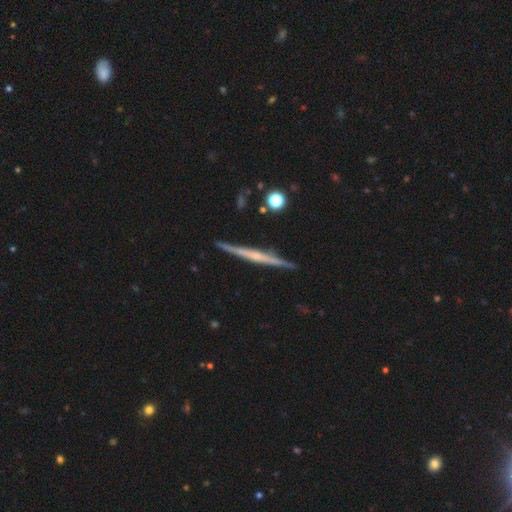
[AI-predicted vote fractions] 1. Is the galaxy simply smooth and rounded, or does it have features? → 72% featured or disk, 23% smooth, 5% star or artifact.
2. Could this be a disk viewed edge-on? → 98% yes, 2% no.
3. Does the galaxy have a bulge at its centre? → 52% none, 37% rounded, 11% boxy.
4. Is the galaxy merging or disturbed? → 90% none, 7% minor disturbance, 1% merger, 1% major disturbance.